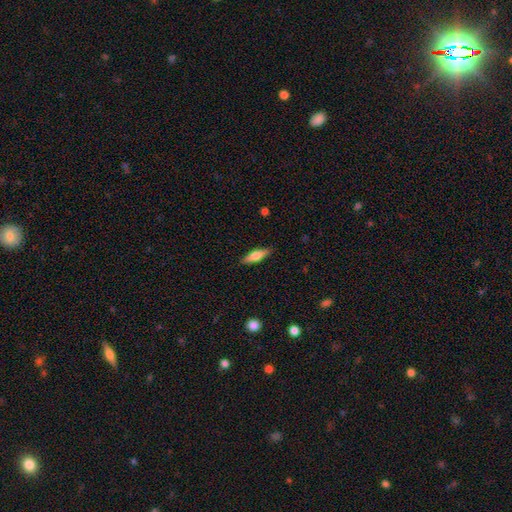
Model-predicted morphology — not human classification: type=smooth (59%); roundness=cigar-shaped (60%); merging=none (87%).